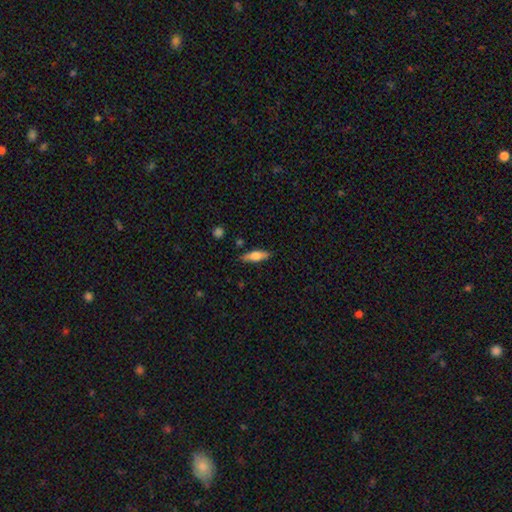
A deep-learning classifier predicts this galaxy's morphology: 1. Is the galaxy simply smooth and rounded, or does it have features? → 64% smooth, 29% featured or disk, 6% star or artifact.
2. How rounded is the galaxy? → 53% cigar-shaped, 45% in between, 2% round.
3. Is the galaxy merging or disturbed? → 85% none, 11% minor disturbance, 2% major disturbance, 2% merger.